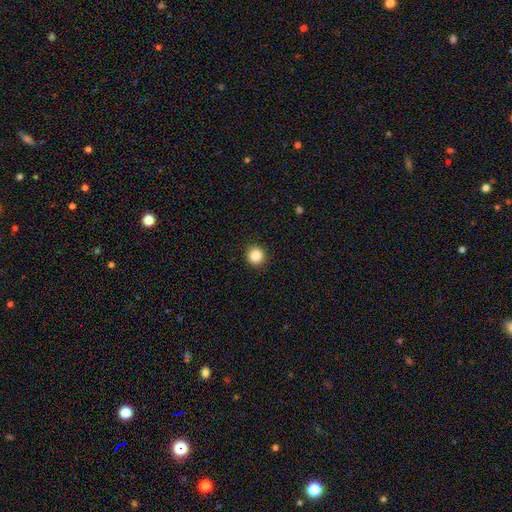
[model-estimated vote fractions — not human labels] This appears to be a smooth galaxy with no disk features (86%) that is round (92%). Merging: none (92%).